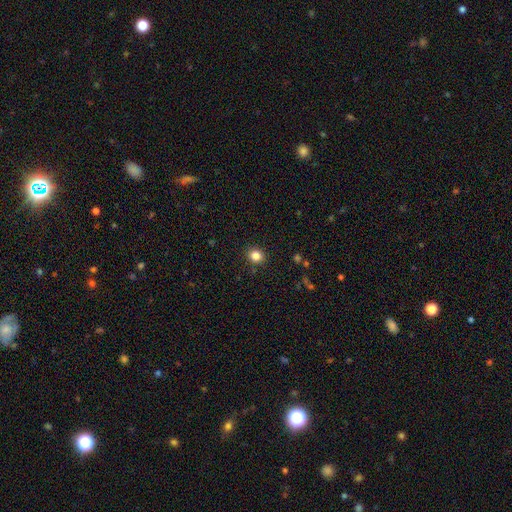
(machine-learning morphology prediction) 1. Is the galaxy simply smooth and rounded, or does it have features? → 82% smooth, 12% star or artifact, 5% featured or disk.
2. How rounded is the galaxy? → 79% round, 20% in between, 1% cigar-shaped.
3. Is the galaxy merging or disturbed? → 90% none, 6% minor disturbance, 2% major disturbance, 1% merger.